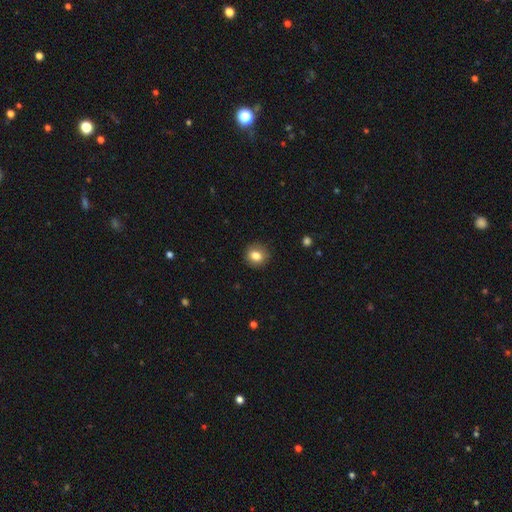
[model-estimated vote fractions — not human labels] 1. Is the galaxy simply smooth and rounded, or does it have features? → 80% smooth, 10% star or artifact, 10% featured or disk.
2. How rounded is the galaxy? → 78% round, 21% in between, 1% cigar-shaped.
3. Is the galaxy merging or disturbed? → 88% none, 9% minor disturbance, 2% major disturbance, 1% merger.